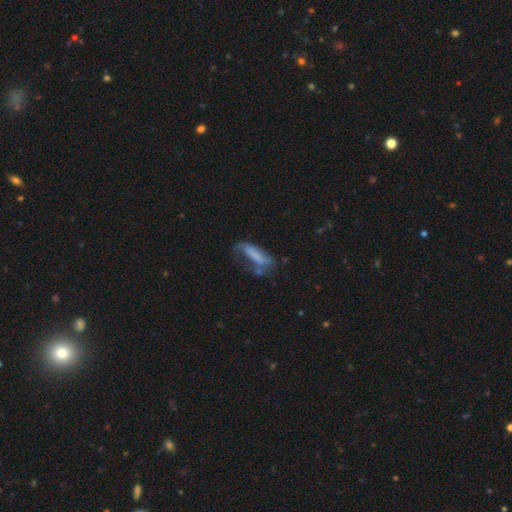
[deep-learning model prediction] Smooth or featured?
  - smooth: 52% *
  - featured or disk: 37%
  - star or artifact: 11%
How rounded?
  - in between: 53% *
  - cigar-shaped: 45%
  - round: 3%
Merging?
  - major disturbance: 35% *
  - none: 31%
  - minor disturbance: 26%
  - merger: 9%